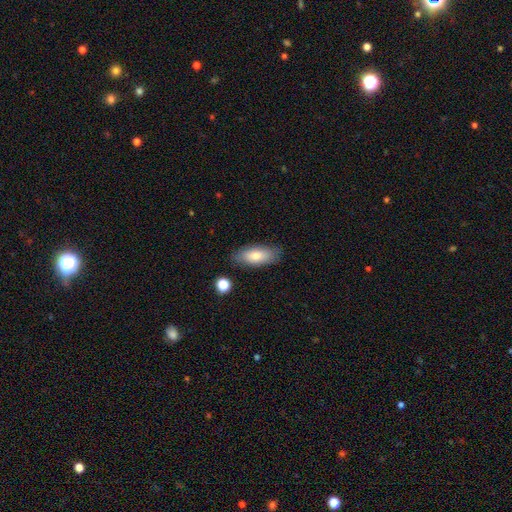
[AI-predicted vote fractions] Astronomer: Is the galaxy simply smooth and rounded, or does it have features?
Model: smooth — 76%.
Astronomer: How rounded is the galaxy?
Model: in between — 82%.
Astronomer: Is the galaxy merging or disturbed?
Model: none — 82%.